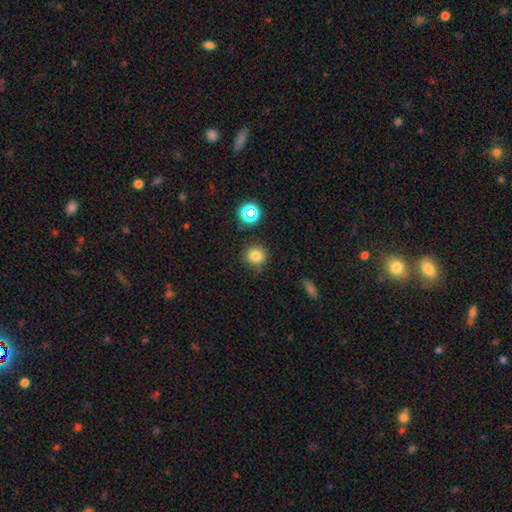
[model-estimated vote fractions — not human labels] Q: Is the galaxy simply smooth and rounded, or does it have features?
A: smooth — 79%.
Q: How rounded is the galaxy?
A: round — 85%.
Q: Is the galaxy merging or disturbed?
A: none — 82%.